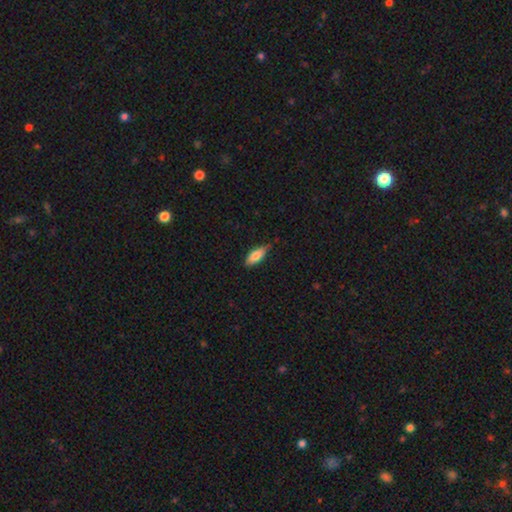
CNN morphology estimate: This is likely a smooth galaxy (77%). How rounded: likely in between (71%). Merging: likely none (76%).